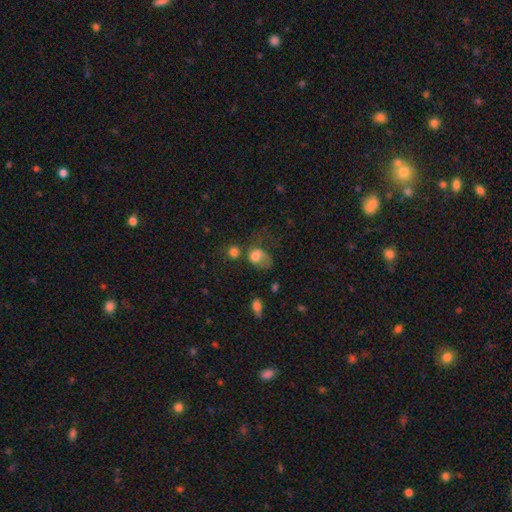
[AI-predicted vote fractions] A smooth galaxy with no disk features (74%) that is in between round and cigar-shaped (58%). Merging: major disturbance (41%).